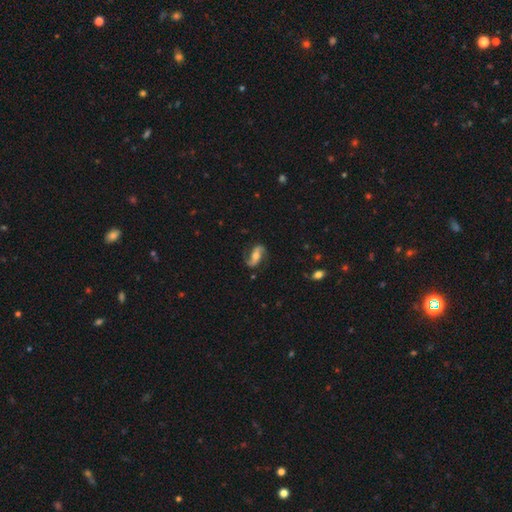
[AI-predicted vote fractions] featured or disk 84%, smooth 11%, star or artifact 6%. Down the decision tree: edge-on disk — no (95%); bar — no (39%); spiral arms — yes (95%); spiral arm count — 2 (93%); spiral winding — loose (58%); bulge size — moderate (63%); merging — none (80%).